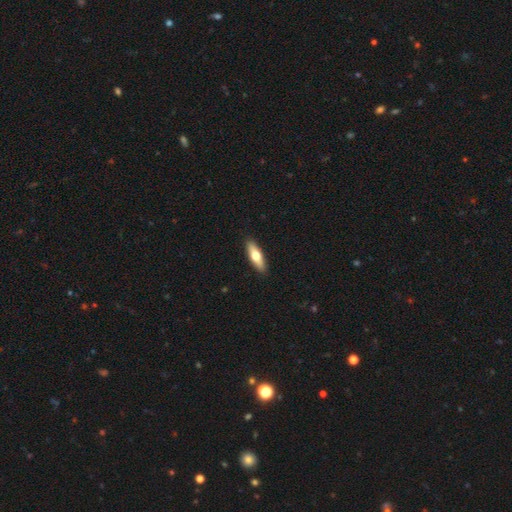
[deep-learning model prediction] smooth_or_featured: smooth (p=0.61) [alt: featured or disk p=0.33]
how_rounded: cigar-shaped (p=0.52) [alt: in between p=0.46]
merging: none (p=0.90) [alt: minor disturbance p=0.07]